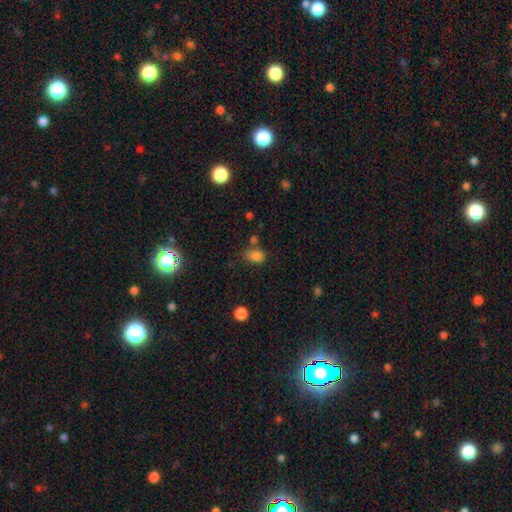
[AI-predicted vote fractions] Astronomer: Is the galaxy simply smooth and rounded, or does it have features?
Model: smooth — 82%.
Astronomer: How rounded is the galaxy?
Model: in between — 75%.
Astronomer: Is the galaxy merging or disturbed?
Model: none — 54%.